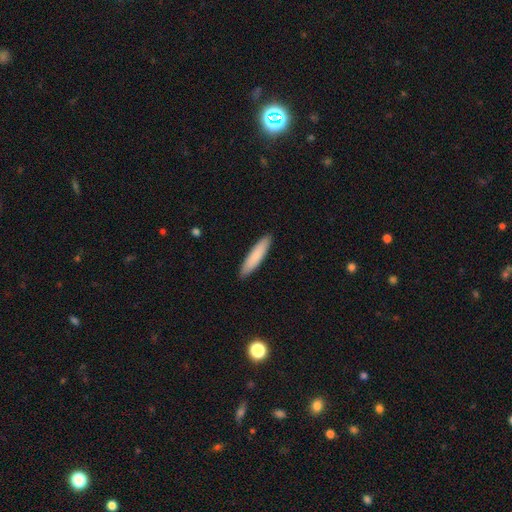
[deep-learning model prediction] smooth 83%, featured or disk 11%, star or artifact 5%. Down the decision tree: how rounded — cigar-shaped (83%); merging — none (91%).